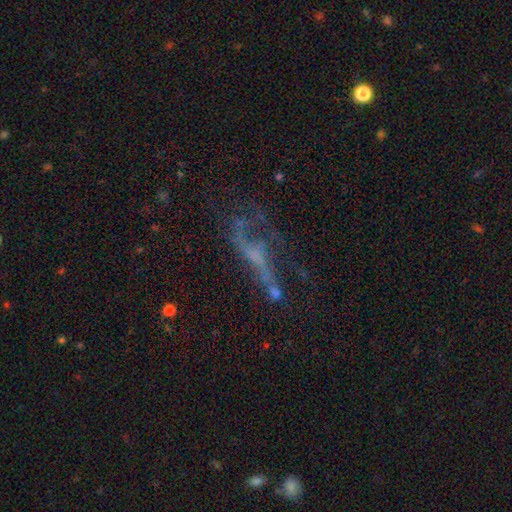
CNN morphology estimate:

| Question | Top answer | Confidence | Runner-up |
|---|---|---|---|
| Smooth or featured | featured or disk | 62% | star or artifact (20%) |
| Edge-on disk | no | 78% | yes (22%) |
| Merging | none | 37% | major disturbance (34%) |